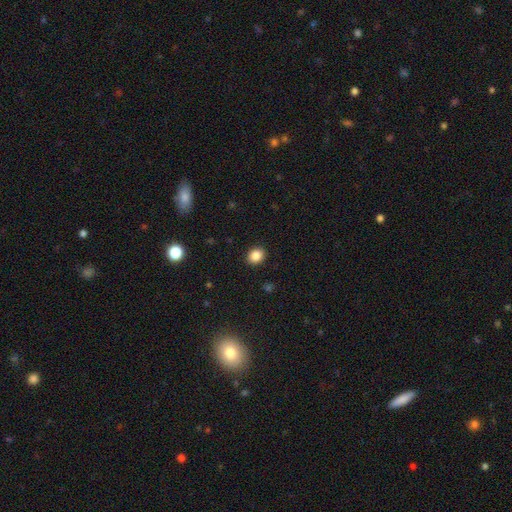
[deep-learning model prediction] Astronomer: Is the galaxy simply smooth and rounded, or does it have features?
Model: smooth — 86%.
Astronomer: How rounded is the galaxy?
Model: round — 56% (runner-up: in between, 43%).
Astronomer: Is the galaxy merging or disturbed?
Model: none — 91%.